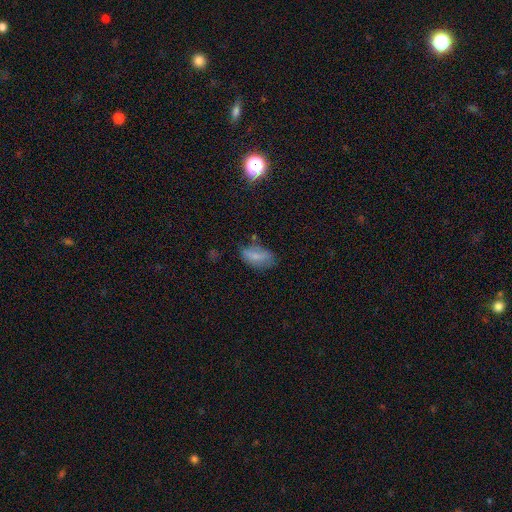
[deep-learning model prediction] A smooth galaxy with no disk features (73%) that is in between round and cigar-shaped (91%). Merging: none (57%).